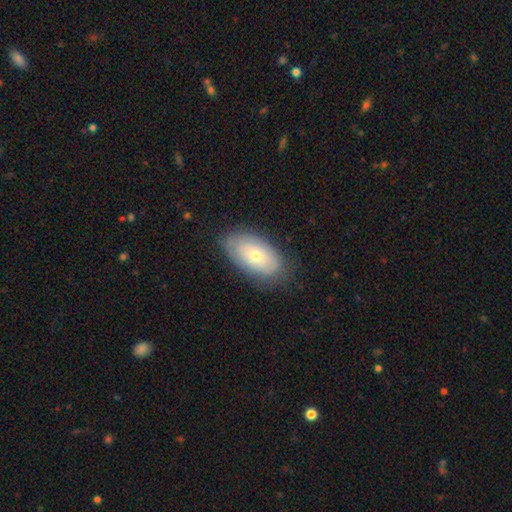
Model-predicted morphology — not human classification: smooth_or_featured: smooth (p=0.62) [alt: featured or disk p=0.32]
how_rounded: in between (p=0.94) [alt: round p=0.04]
merging: none (p=0.81) [alt: minor disturbance p=0.14]